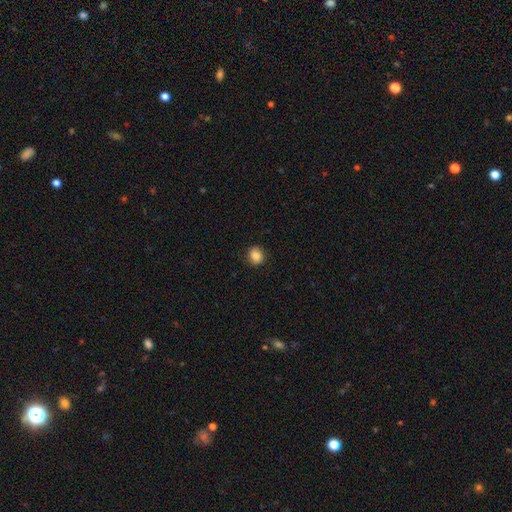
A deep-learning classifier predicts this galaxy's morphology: This appears to be a smooth galaxy with no disk features (84%) that is round (77%). Merging: none (88%).